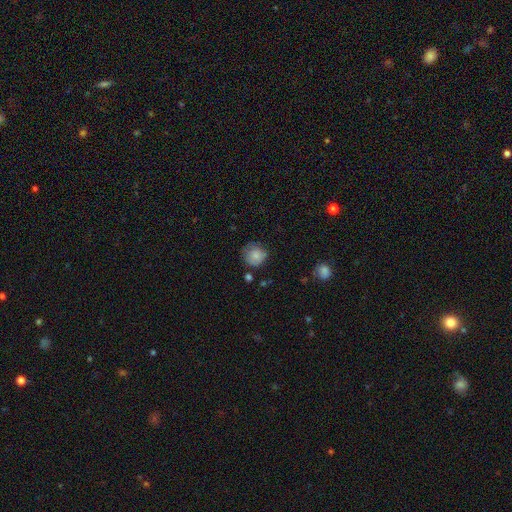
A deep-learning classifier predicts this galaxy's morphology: Smooth or featured: smooth — 81% (featured or disk — 10%)
How rounded: round — 89% (in between — 10%)
Merging: none — 68% (minor disturbance — 22%)